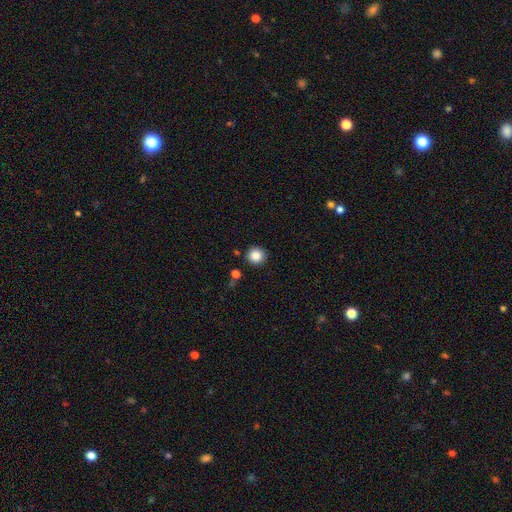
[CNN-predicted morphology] This is clearly a smooth galaxy (85%). How rounded: clearly round (94%). Merging: clearly none (89%).